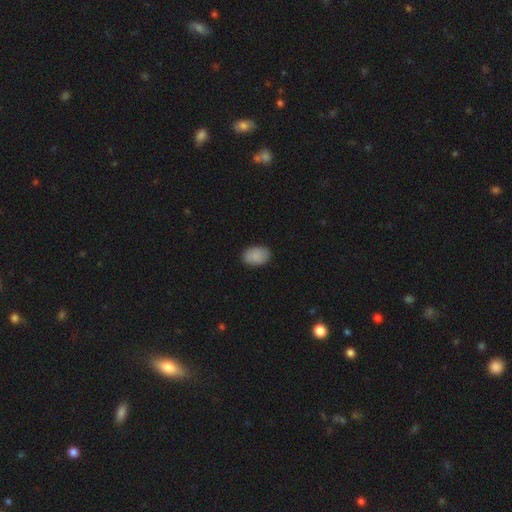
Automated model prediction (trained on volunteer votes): smooth_or_featured: smooth (p=0.89) [alt: star or artifact p=0.07]
how_rounded: in between (p=0.87) [alt: round p=0.12]
merging: none (p=0.87) [alt: minor disturbance p=0.10]